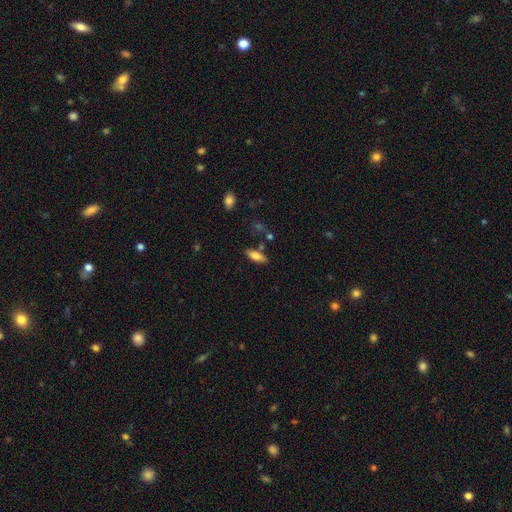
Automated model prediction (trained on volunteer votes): smooth-or-featured: smooth: 78% | featured or disk: 14% | star or artifact: 7%
  how-rounded: in between: 70% | cigar-shaped: 28% | round: 2%
  merging: none: 77% | minor disturbance: 14% | merger: 6% | major disturbance: 3%